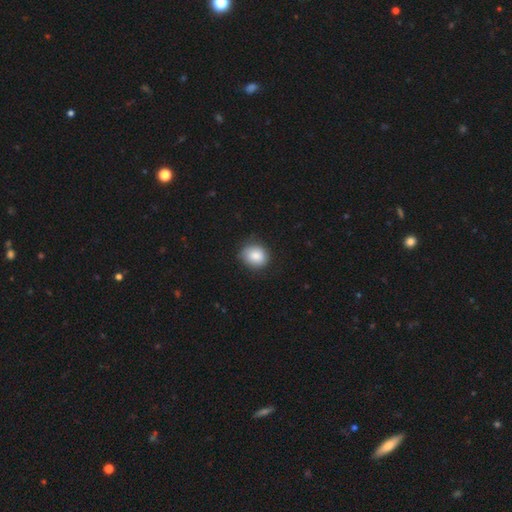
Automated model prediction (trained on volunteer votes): Overall: smooth (85%). How rounded: round (73%). Merging: none (80%).